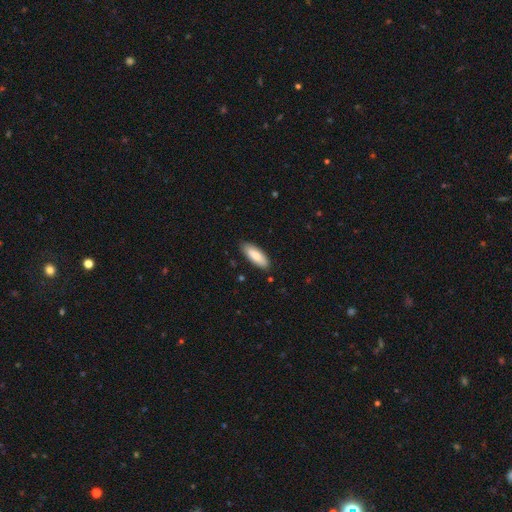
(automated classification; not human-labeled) A smooth galaxy with no disk features (84%) that is in between round and cigar-shaped (68%).

Vote fractions:
- Smooth or featured? smooth: 84% / featured or disk: 10% / star or artifact: 5%
- How rounded? in between: 68% / cigar-shaped: 31% / round: 1%
- Merging? none: 86% / minor disturbance: 11% / major disturbance: 2% / merger: 1%